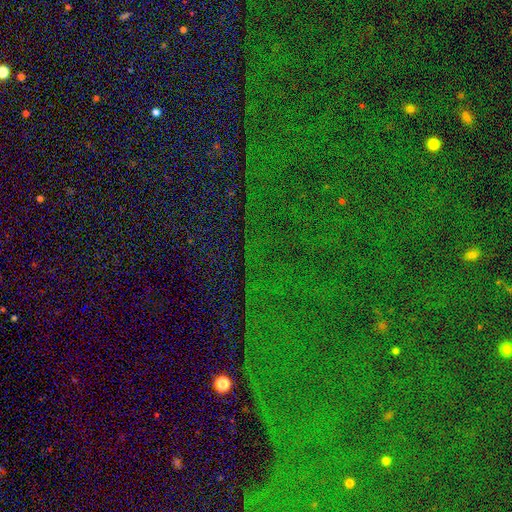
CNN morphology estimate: star or artifact 86%, smooth 7%, featured or disk 7%.